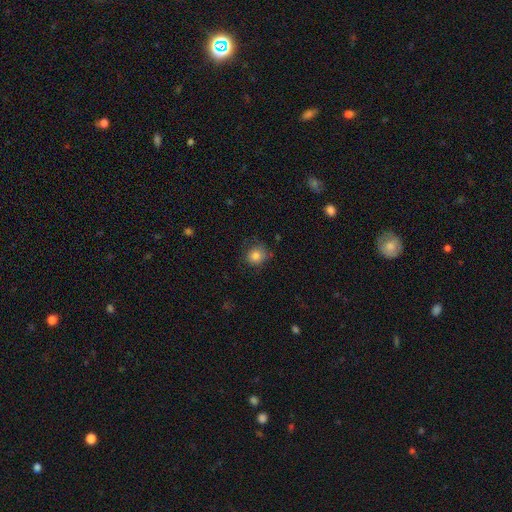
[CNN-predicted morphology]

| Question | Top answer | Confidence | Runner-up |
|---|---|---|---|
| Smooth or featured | smooth | 82% | star or artifact (10%) |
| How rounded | round | 83% | in between (17%) |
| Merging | none | 74% | minor disturbance (19%) |